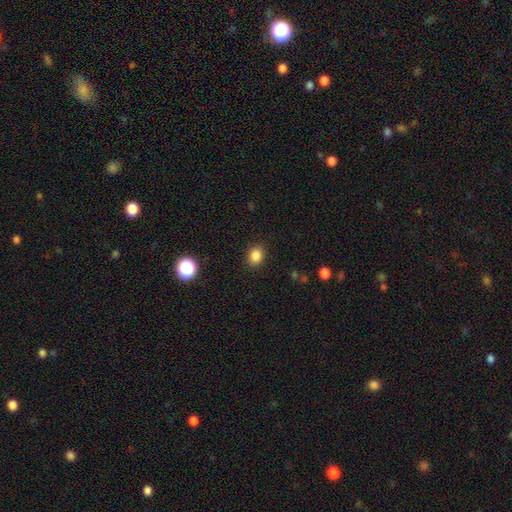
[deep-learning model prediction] smooth-or-featured: smooth: 85% | star or artifact: 11% | featured or disk: 4%
  how-rounded: round: 51% | in between: 48% | cigar-shaped: 1%
  merging: none: 87% | minor disturbance: 9% | major disturbance: 3% | merger: 1%